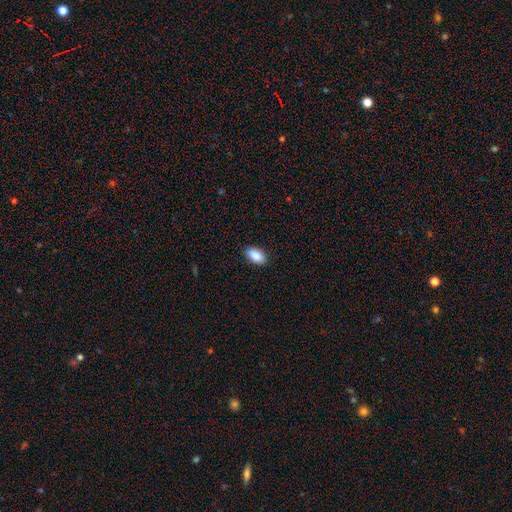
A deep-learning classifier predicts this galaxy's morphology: smooth_or_featured: smooth (p=0.88) [alt: star or artifact p=0.07]
how_rounded: in between (p=0.92) [alt: round p=0.04]
merging: none (p=0.89) [alt: minor disturbance p=0.09]